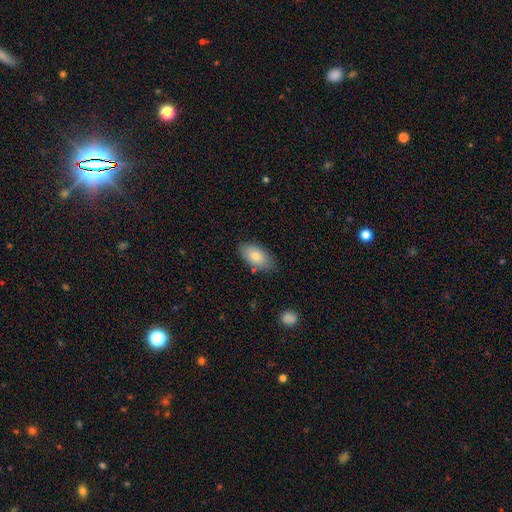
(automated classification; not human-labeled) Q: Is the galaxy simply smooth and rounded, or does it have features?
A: smooth — 78%.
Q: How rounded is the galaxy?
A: in between — 93%.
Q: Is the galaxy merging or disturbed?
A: none — 82%.